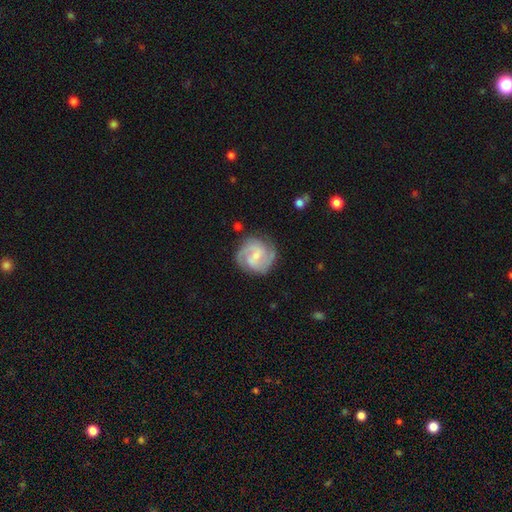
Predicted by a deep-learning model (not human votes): A featured or disk galaxy (82%) with a weak bar (55%), 2 (68%) medium (50%) spiral arms (96%) and a small central bulge (62%). Merging: none (78%).